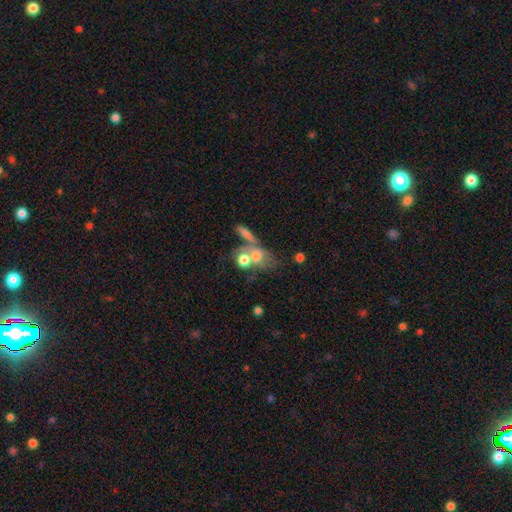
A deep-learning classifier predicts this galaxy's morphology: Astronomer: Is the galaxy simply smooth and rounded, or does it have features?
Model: smooth — 59%.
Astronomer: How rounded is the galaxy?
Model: in between — 55% (runner-up: round, 40%).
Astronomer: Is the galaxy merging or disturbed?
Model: merger — 53%.